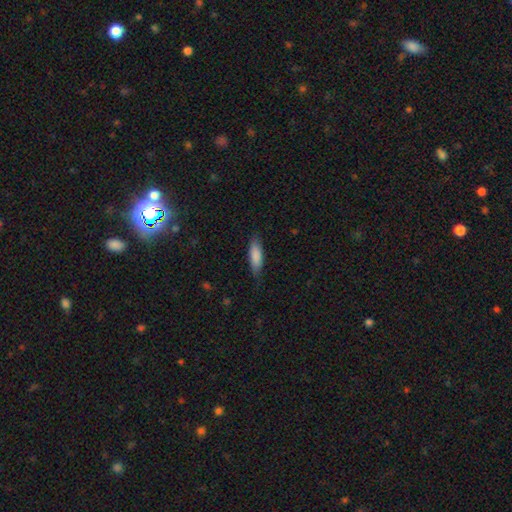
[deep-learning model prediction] Smooth or featured? Predicted: smooth (p=0.86). How rounded? Predicted: in between (p=0.50). Merging? Predicted: none (p=0.80).